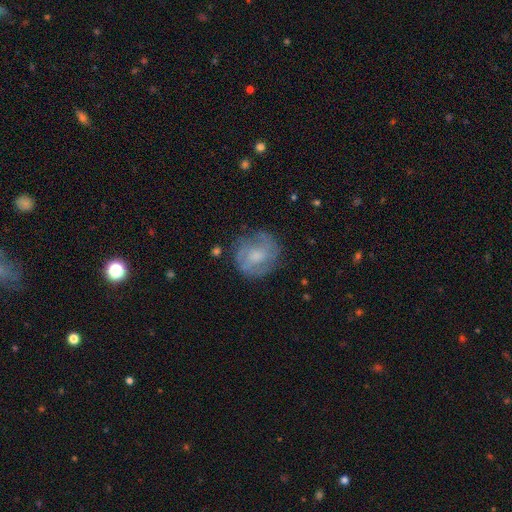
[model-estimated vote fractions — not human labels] Smooth or featured?
  - featured or disk: 56% *
  - smooth: 36%
  - star or artifact: 8%
Edge-on disk?
  - no: 97% *
  - yes: 3%
Bar?
  - no: 63% *
  - weak: 31%
  - strong: 5%
Spiral arms?
  - yes: 74% *
  - no: 26%
Bulge size?
  - moderate: 46% *
  - small: 30%
  - none: 14%
  - large: 8%
  - dominant: 1%
Merging?
  - none: 72% *
  - minor disturbance: 18%
  - major disturbance: 8%
  - merger: 2%